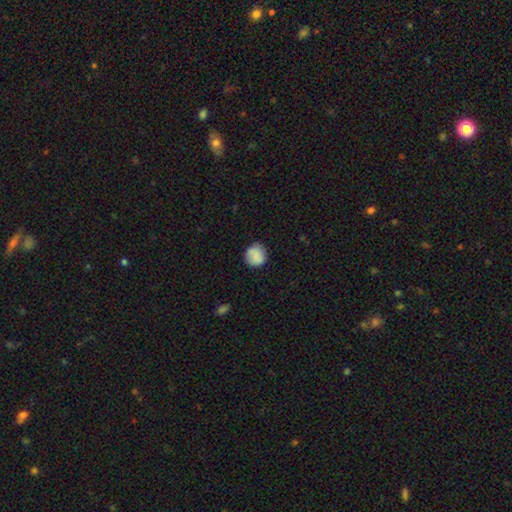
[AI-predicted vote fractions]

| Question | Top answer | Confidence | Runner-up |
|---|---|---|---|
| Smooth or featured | smooth | 83% | featured or disk (10%) |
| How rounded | round | 87% | in between (12%) |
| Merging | none | 83% | minor disturbance (13%) |